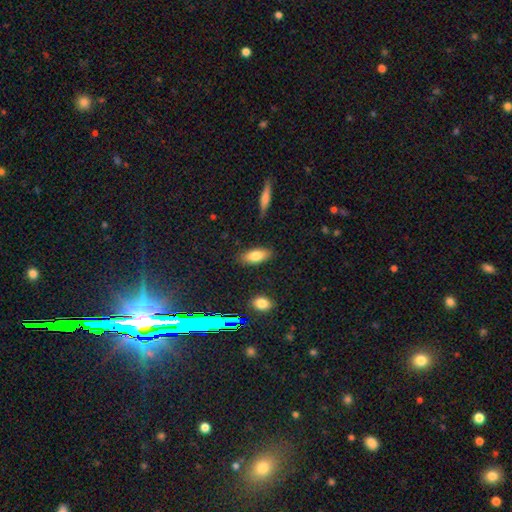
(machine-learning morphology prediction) This appears to be a smooth galaxy with no disk features (80%) that is in between round and cigar-shaped (83%). Merging: none (85%).